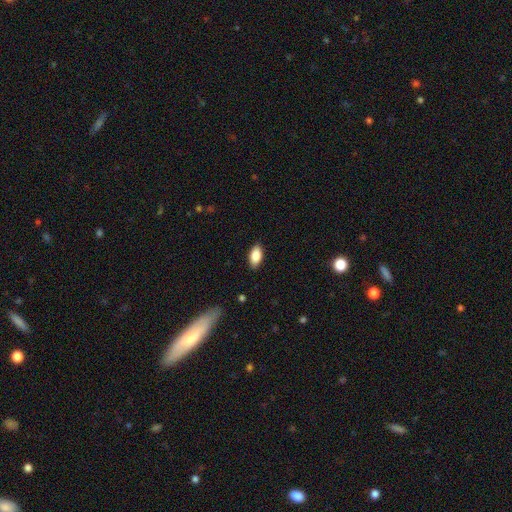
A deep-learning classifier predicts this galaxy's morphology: Smooth or featured? Predicted: smooth (p=0.86). How rounded? Predicted: in between (p=0.91). Merging? Predicted: none (p=0.87).